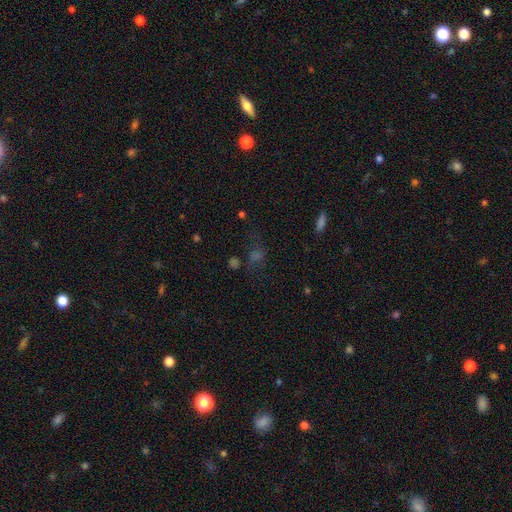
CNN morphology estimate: smooth_or_featured: star or artifact (p=0.44) [alt: smooth p=0.39]